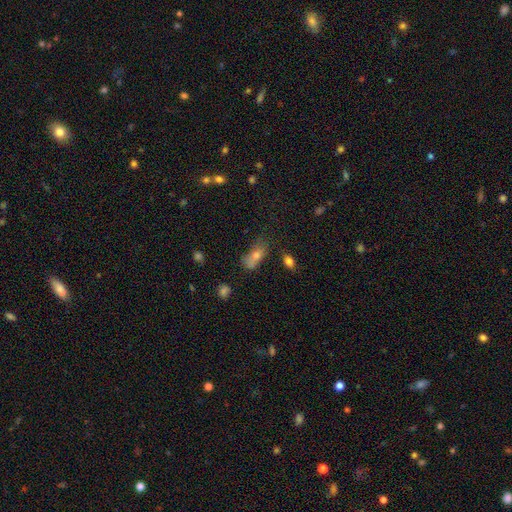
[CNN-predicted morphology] A smooth galaxy with no disk features (66%) that is in between round and cigar-shaped (77%).

Vote fractions:
- Smooth or featured? smooth: 66% / featured or disk: 18% / star or artifact: 16%
- How rounded? in between: 77% / cigar-shaped: 12% / round: 12%
- Merging? none: 43% / minor disturbance: 25% / major disturbance: 16% / merger: 16%